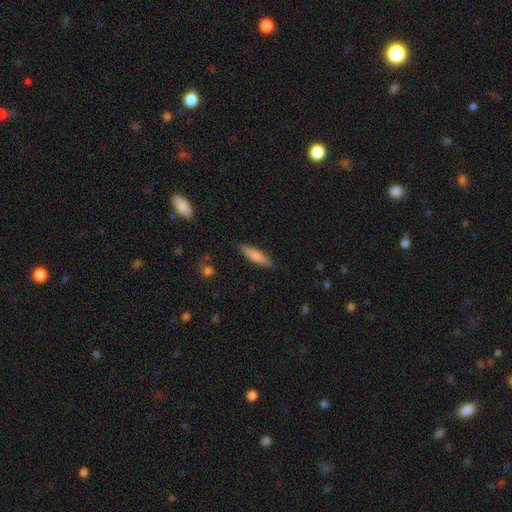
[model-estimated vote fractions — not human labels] Q: Smooth or featured?
A: smooth (77%); runner-up: featured or disk (17%)
Q: How rounded?
A: cigar-shaped (77%); runner-up: in between (22%)
Q: Merging?
A: none (86%); runner-up: minor disturbance (10%)